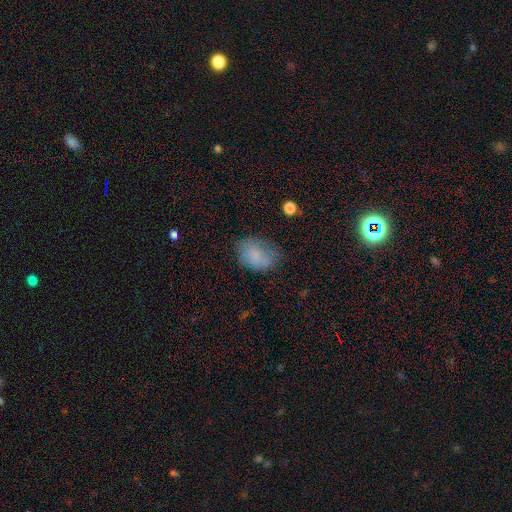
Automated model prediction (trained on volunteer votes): A smooth galaxy with no disk features (75%) that is in between round and cigar-shaped (76%). Merging: none (55%).